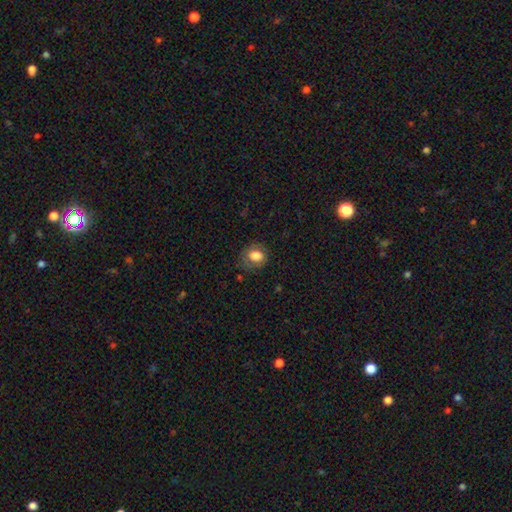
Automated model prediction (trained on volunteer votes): This appears to be a smooth galaxy with no disk features (77%) that is round (53%). Merging: none (69%).